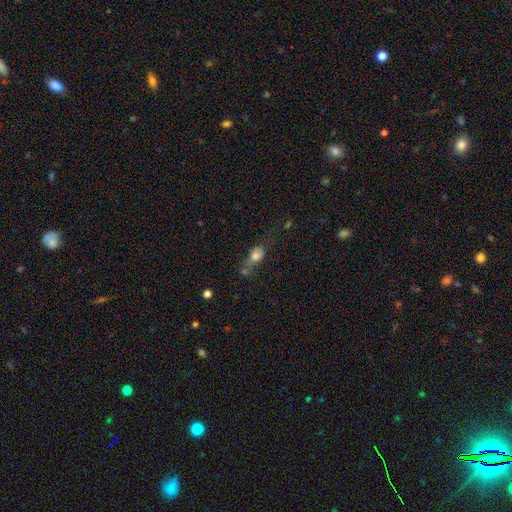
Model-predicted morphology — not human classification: Overall: smooth (74%). How rounded: in between (68%). Merging: none (32%; merger 25%).